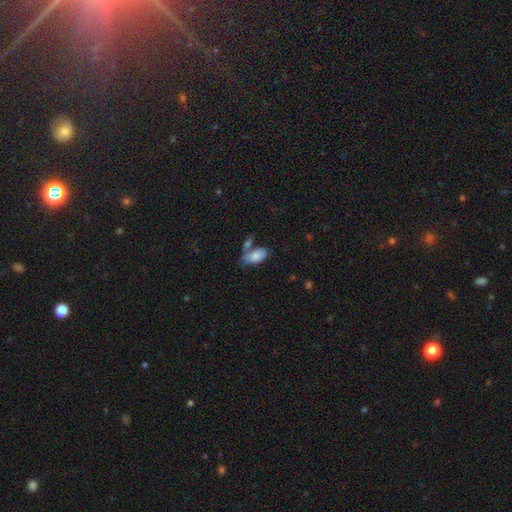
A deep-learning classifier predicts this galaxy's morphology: Smooth or featured?
  - smooth: 80% *
  - featured or disk: 13%
  - star or artifact: 7%
How rounded?
  - in between: 94% *
  - round: 4%
  - cigar-shaped: 3%
Merging?
  - none: 41% *
  - merger: 33%
  - minor disturbance: 18%
  - major disturbance: 8%